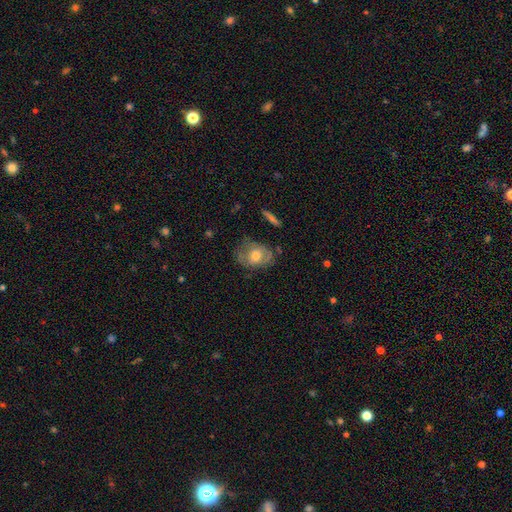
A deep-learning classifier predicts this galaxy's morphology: A smooth galaxy with no disk features (51%) that is in between round and cigar-shaped (63%).

Vote fractions:
- Smooth or featured? smooth: 51% / featured or disk: 41% / star or artifact: 7%
- How rounded? in between: 63% / round: 35% / cigar-shaped: 2%
- Merging? none: 52% / minor disturbance: 28% / major disturbance: 17% / merger: 3%